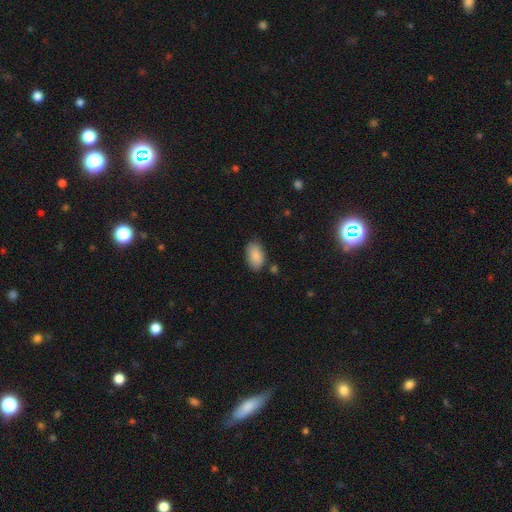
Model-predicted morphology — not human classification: Smooth or featured? Predicted: smooth (p=0.88). How rounded? Predicted: in between (p=0.93). Merging? Predicted: none (p=0.77).